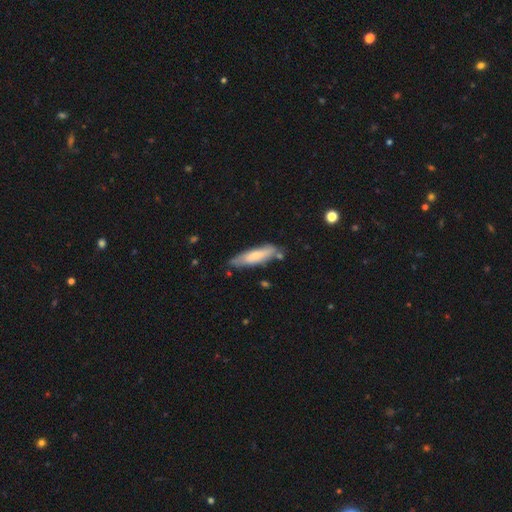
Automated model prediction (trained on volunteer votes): Q: Smooth or featured?
A: smooth (71%); runner-up: featured or disk (24%)
Q: How rounded?
A: cigar-shaped (73%); runner-up: in between (26%)
Q: Merging?
A: none (72%); runner-up: minor disturbance (19%)